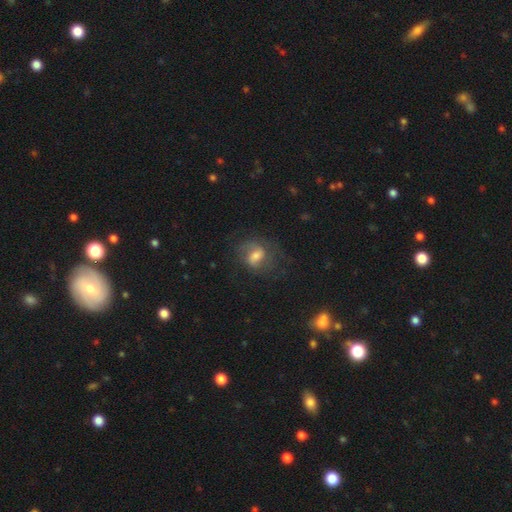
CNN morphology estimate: This is possibly a featured or disk galaxy (56%). It is clearly not viewed edge-on (97%). Bar: possibly weak (52%). Spiral arm pattern: clearly yes (82%). Central bulge: possibly moderate (55%). Merging: possibly none (59%).